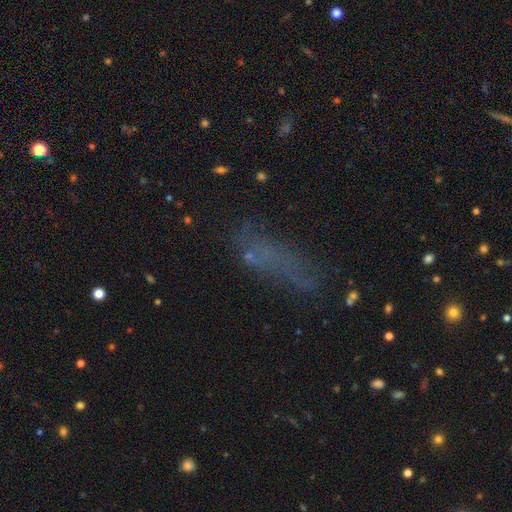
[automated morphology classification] smooth_or_featured: smooth (p=0.49) [alt: star or artifact p=0.26]
merging: none (p=0.46) [alt: major disturbance p=0.25]